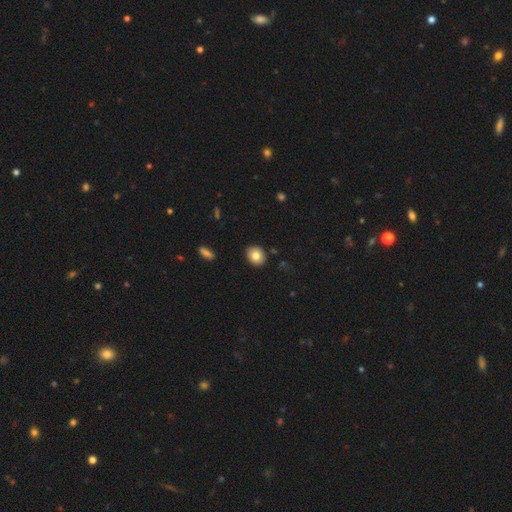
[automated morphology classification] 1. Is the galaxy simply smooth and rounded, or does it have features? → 81% smooth, 10% featured or disk, 9% star or artifact.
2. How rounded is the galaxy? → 59% round, 40% in between, 1% cigar-shaped.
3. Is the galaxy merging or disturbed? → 90% none, 7% minor disturbance, 2% major disturbance, 1% merger.